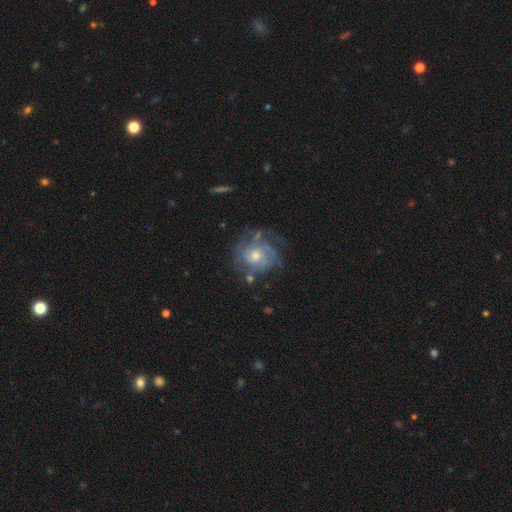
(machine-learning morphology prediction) featured or disk 75%, smooth 16%, star or artifact 9%. Down the decision tree: edge-on disk — no (97%); bar — no (77%); spiral arms — yes (85%); spiral arm count — can't tell (47%); spiral winding — tight (59%); bulge size — moderate (60%); merging — none (63%).